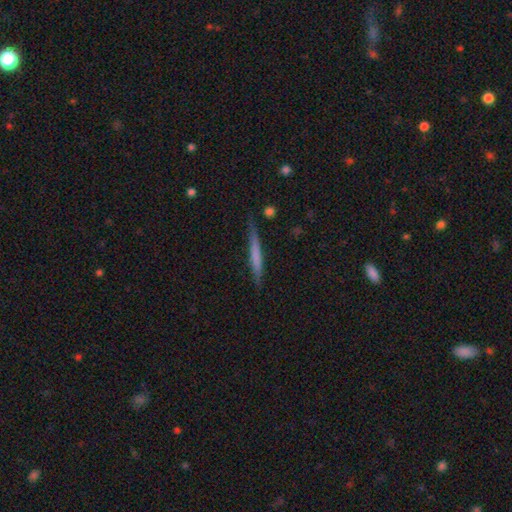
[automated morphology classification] smooth 55%, featured or disk 39%, star or artifact 6%. Down the decision tree: how rounded — cigar-shaped (95%); merging — none (81%).